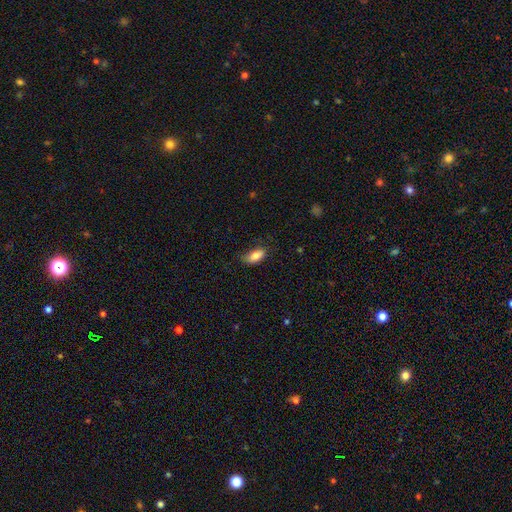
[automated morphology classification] Smooth or featured?
  - smooth: 83% *
  - featured or disk: 10%
  - star or artifact: 7%
How rounded?
  - in between: 88% *
  - cigar-shaped: 8%
  - round: 3%
Merging?
  - none: 70% *
  - minor disturbance: 23%
  - major disturbance: 5%
  - merger: 1%